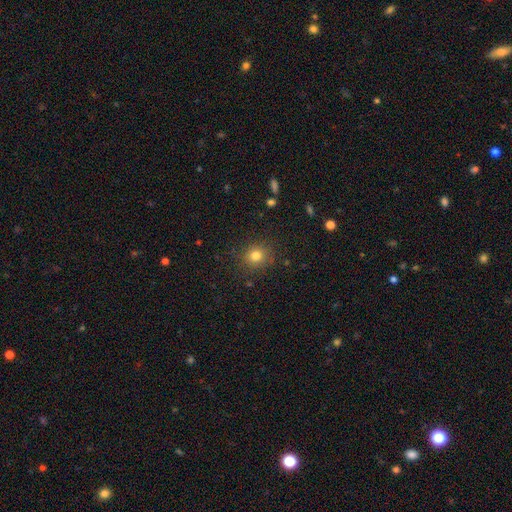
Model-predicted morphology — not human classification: Smooth or featured? Predicted: smooth (p=0.80). How rounded? Predicted: round (p=0.84). Merging? Predicted: none (p=0.86).